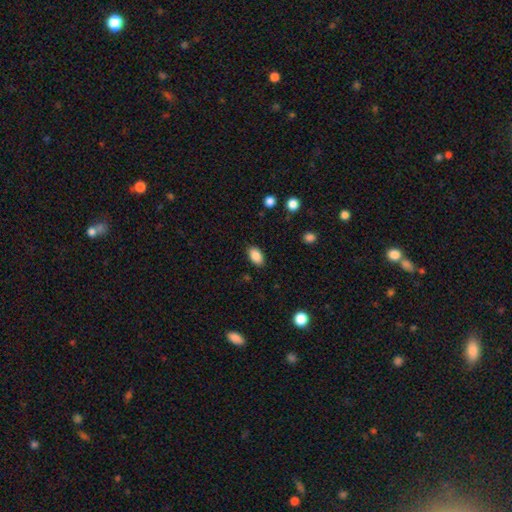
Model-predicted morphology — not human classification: Smooth or featured? smooth (88%)
How rounded? in between (92%)
Merging? none (87%)